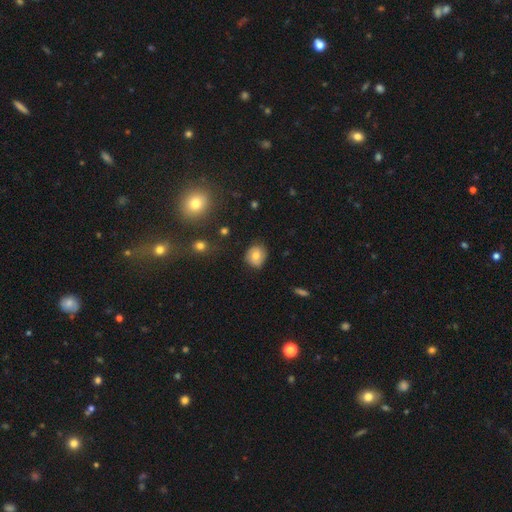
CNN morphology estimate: The model was most divided on "smooth or featured": smooth: 62%, featured or disk: 29%, star or artifact: 10%. More confident: merging — none (79%); how rounded — round (73%).